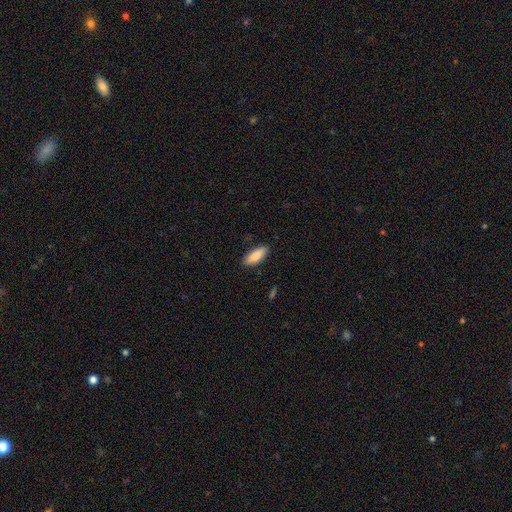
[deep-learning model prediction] smooth_or_featured: smooth (p=0.85) [alt: featured or disk p=0.09]
how_rounded: in between (p=0.71) [alt: cigar-shaped p=0.27]
merging: none (p=0.87) [alt: minor disturbance p=0.10]